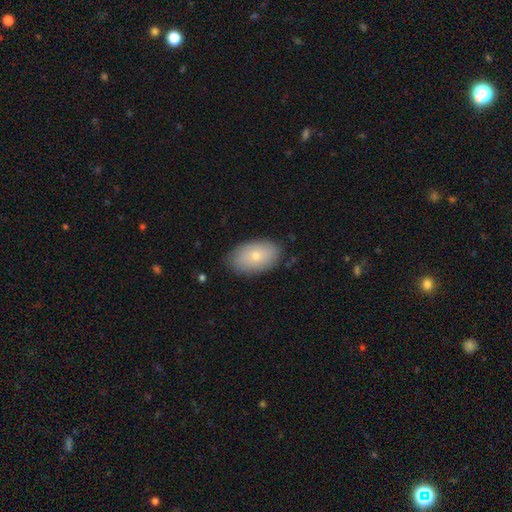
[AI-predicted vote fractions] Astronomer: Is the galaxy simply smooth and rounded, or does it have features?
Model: smooth — 74%.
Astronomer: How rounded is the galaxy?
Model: in between — 92%.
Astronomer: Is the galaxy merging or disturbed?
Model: none — 83%.